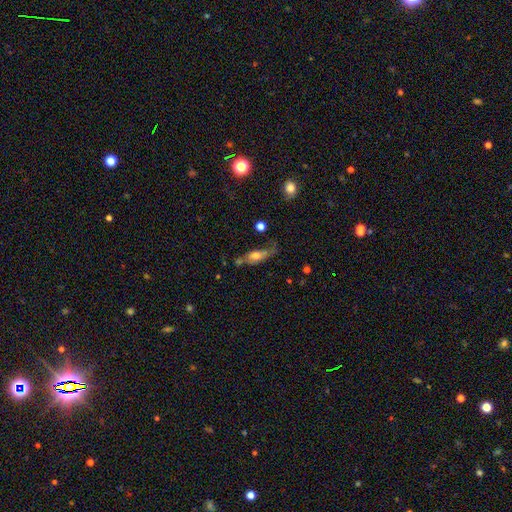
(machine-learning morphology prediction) smooth_or_featured: smooth (p=0.47) [alt: featured or disk p=0.44]
merging: none (p=0.39) [alt: minor disturbance p=0.28]